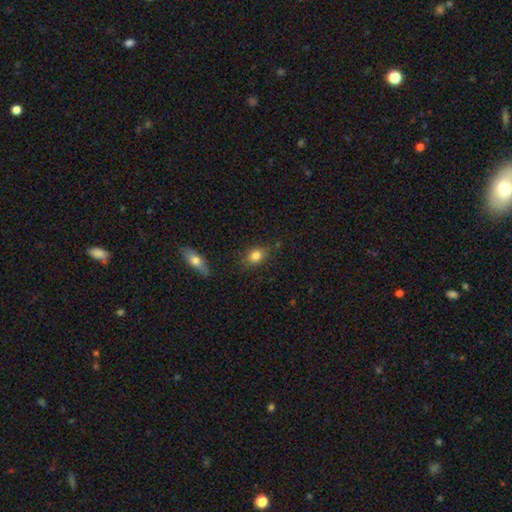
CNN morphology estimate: type=smooth (82%); roundness=in between (53%); merging=none (78%).